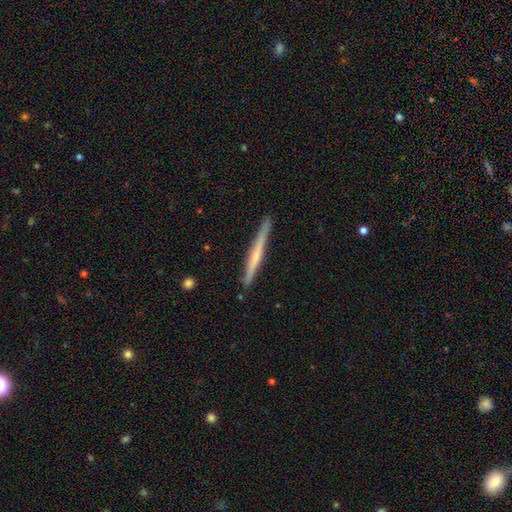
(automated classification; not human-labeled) A featured or disk galaxy (55%) viewed edge-on (97%) with no central bulge (57%). Merging: none (90%).